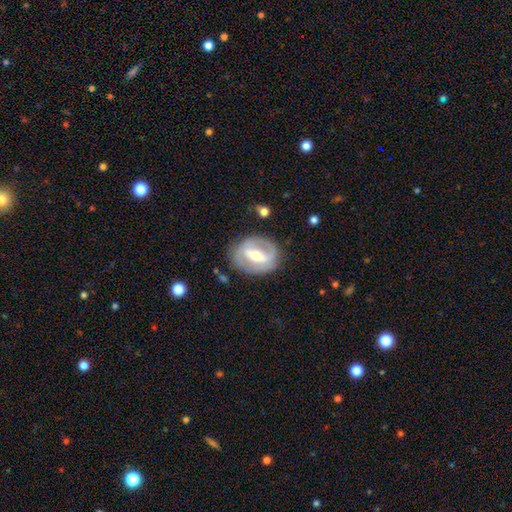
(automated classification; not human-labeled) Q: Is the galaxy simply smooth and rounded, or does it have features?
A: featured or disk — 74%.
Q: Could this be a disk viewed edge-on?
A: no — 94%.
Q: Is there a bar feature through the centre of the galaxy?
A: strong — 57%.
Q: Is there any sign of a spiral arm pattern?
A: yes — 63%.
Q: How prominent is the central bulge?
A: moderate — 61%.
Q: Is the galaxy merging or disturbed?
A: none — 77%.